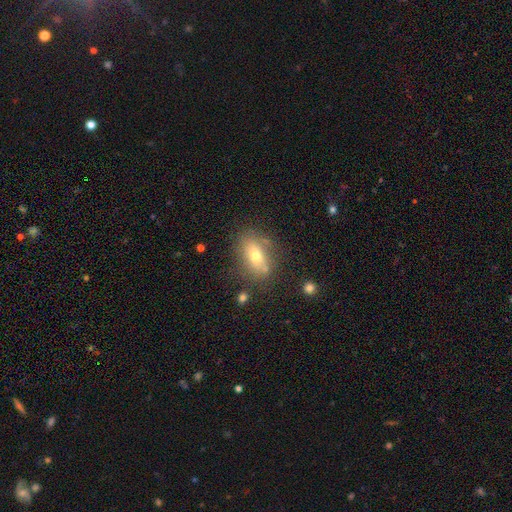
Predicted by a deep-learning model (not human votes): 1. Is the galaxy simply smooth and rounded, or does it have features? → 64% smooth, 26% featured or disk, 11% star or artifact.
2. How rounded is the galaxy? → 80% in between, 12% round, 8% cigar-shaped.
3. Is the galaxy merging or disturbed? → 74% none, 15% minor disturbance, 6% merger, 5% major disturbance.